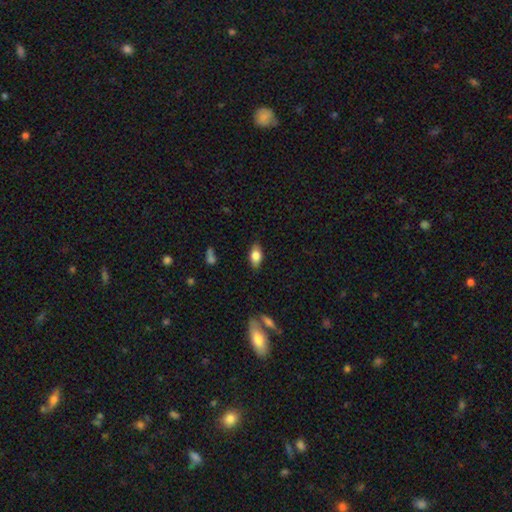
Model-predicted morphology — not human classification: The model was most divided on "smooth or featured": smooth: 77%, featured or disk: 15%, star or artifact: 7%. More confident: how rounded — in between (88%); merging — none (85%).